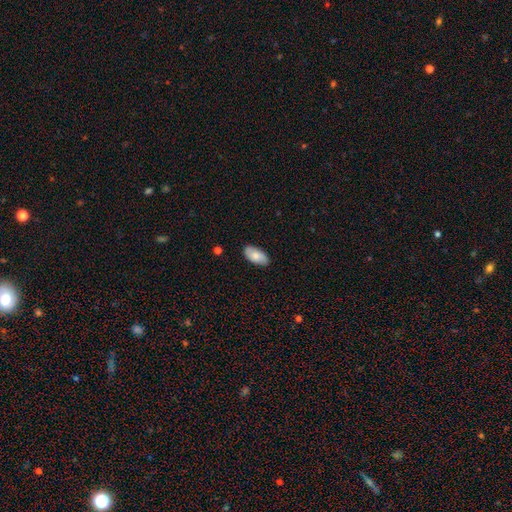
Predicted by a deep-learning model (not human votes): Smooth or featured? Predicted: smooth (p=0.78). How rounded? Predicted: in between (p=0.95). Merging? Predicted: none (p=0.85).